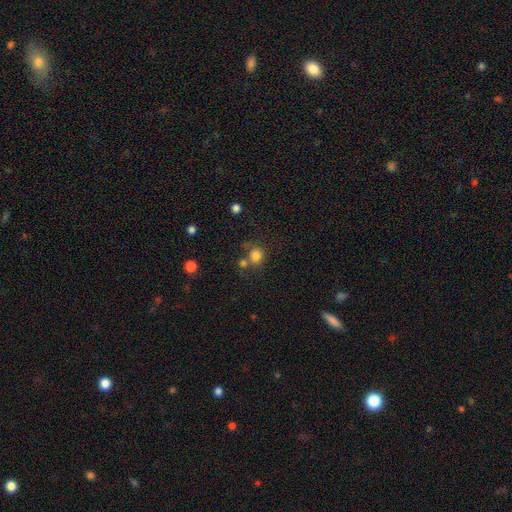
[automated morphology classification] This appears to be a smooth galaxy with no disk features (81%) that is round (84%). Merging: none (60%).